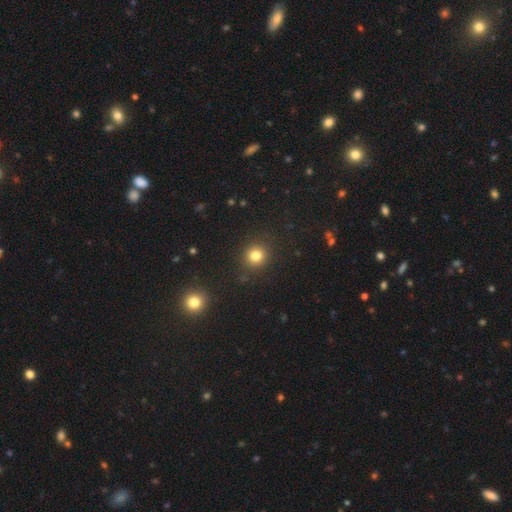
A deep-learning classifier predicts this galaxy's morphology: Q: Smooth or featured?
A: smooth (81%); runner-up: star or artifact (14%)
Q: How rounded?
A: round (87%); runner-up: in between (12%)
Q: Merging?
A: none (87%); runner-up: minor disturbance (8%)